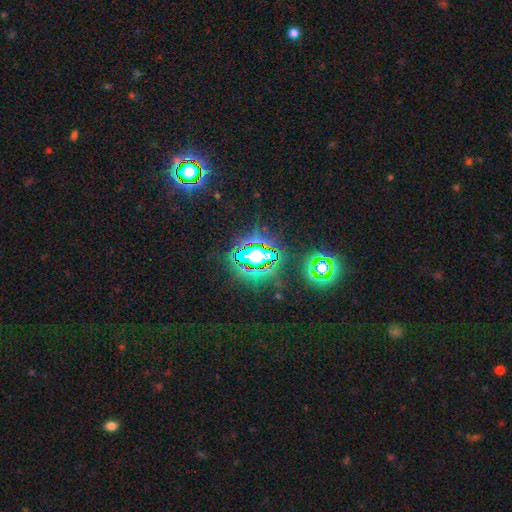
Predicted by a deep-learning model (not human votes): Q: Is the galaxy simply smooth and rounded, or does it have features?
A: star or artifact — 82%.